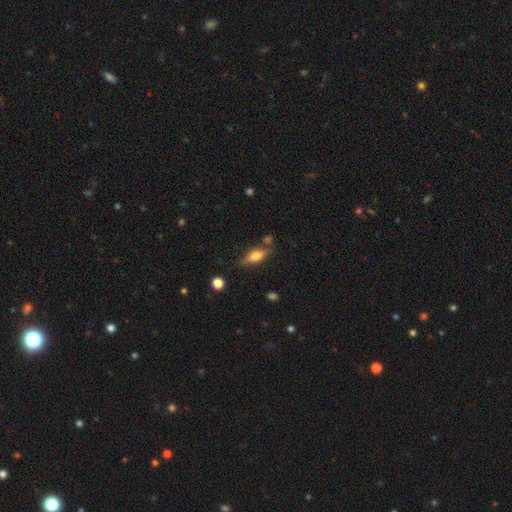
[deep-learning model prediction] Smooth or featured?
  - smooth: 52% *
  - featured or disk: 40%
  - star or artifact: 8%
How rounded?
  - in between: 53% *
  - cigar-shaped: 43%
  - round: 3%
Merging?
  - none: 72% *
  - minor disturbance: 17%
  - merger: 7%
  - major disturbance: 5%